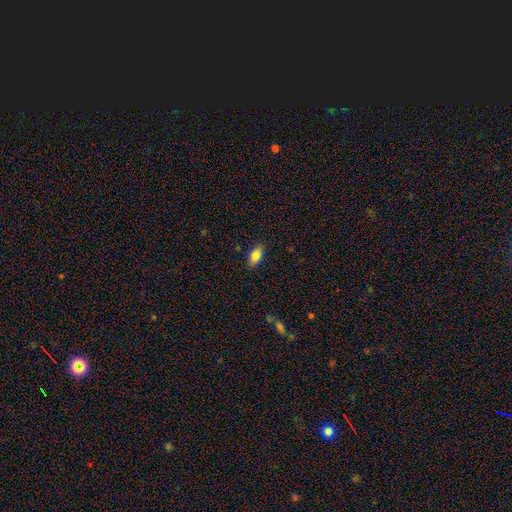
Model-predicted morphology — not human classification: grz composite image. It shows a smooth galaxy with no disk features (83%) that is in between round and cigar-shaped (88%). Merging: none (86%).